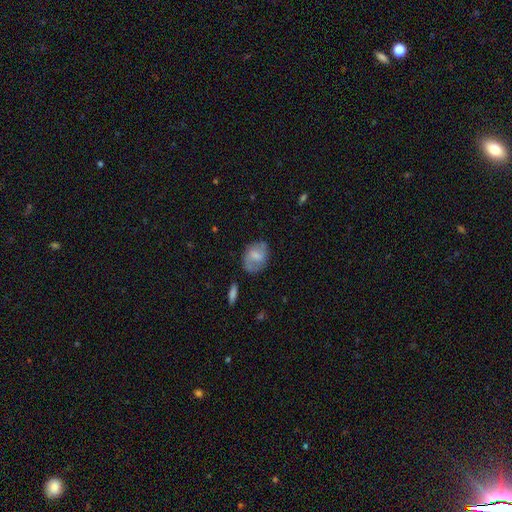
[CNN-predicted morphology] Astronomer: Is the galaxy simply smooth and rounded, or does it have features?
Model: smooth — 50% (runner-up: featured or disk, 42%).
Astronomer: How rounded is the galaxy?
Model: in between — 70%.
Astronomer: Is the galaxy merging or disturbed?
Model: none — 68%.